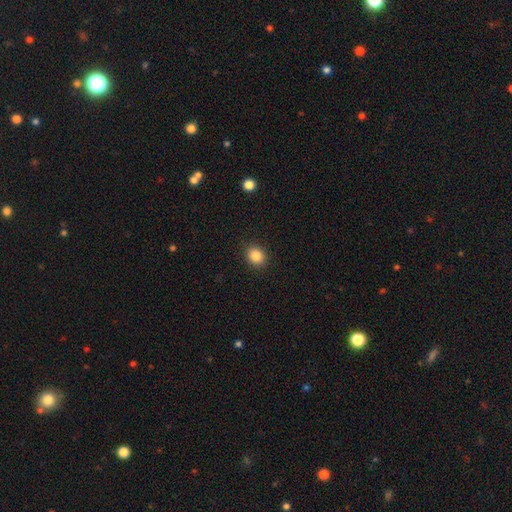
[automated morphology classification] This appears to be a smooth galaxy with no disk features (85%) that is round (68%). Merging: none (90%).